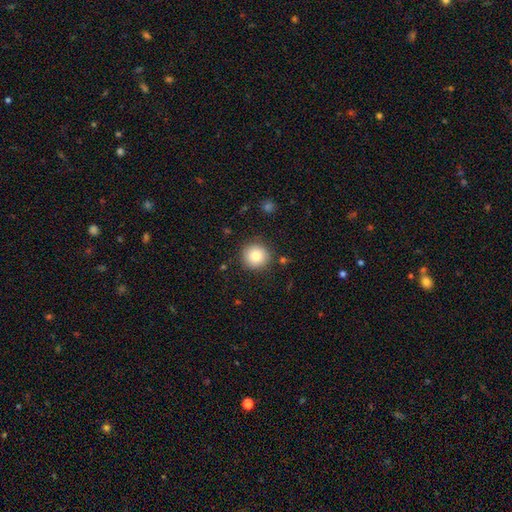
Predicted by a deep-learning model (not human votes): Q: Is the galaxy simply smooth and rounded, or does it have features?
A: smooth — 82%.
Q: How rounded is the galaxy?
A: round — 94%.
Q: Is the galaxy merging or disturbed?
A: none — 88%.